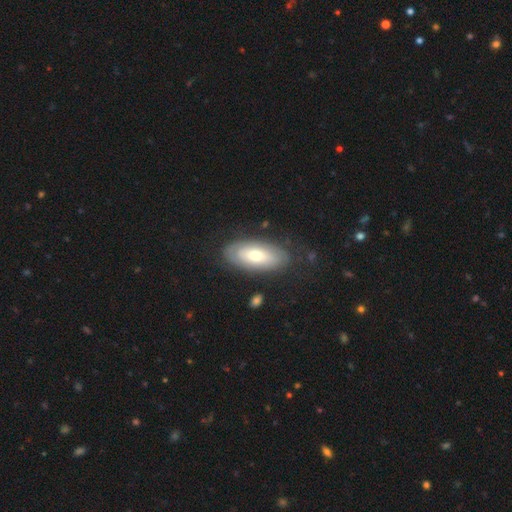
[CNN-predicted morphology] smooth-or-featured: smooth: 47% (tied) | featured or disk: 47% (tied) | star or artifact: 6%
  merging: none: 78% | minor disturbance: 15% | major disturbance: 5% | merger: 2%